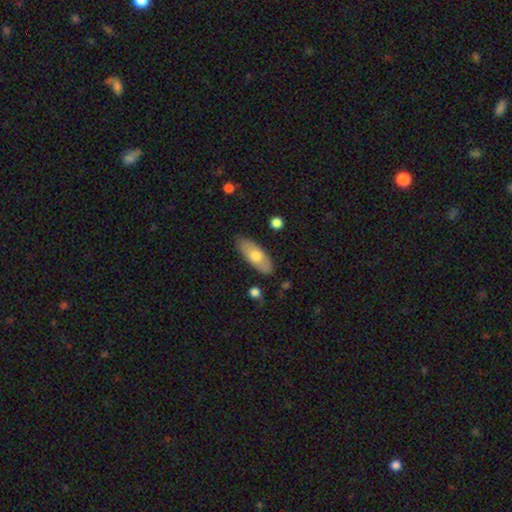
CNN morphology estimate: A smooth galaxy with no disk features (66%) that is in between round and cigar-shaped (78%).

Vote fractions:
- Smooth or featured? smooth: 66% / featured or disk: 28% / star or artifact: 6%
- How rounded? in between: 78% / cigar-shaped: 20% / round: 2%
- Merging? none: 83% / minor disturbance: 13% / major disturbance: 2% / merger: 2%